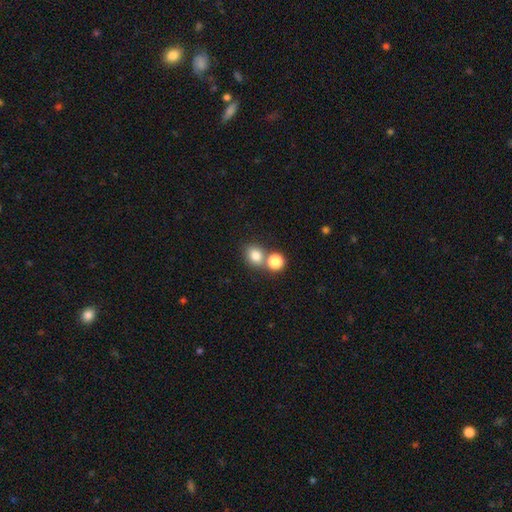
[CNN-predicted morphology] Smooth or featured: smooth — 79% (star or artifact — 13%)
How rounded: round — 66% (in between — 33%)
Merging: none — 55% (merger — 33%)